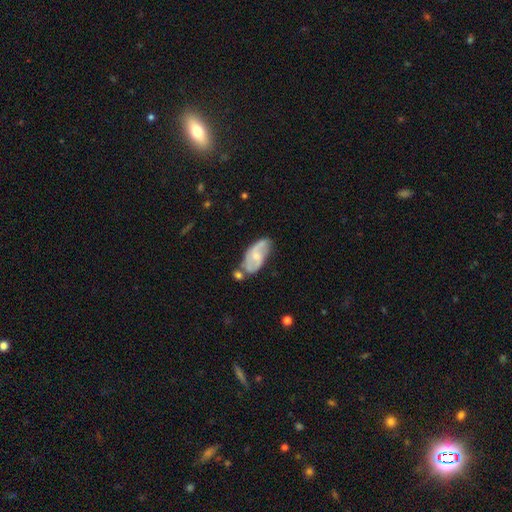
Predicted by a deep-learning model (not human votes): This is possibly a featured or disk galaxy (60%). It is clearly not viewed edge-on (93%). Bar: possibly no (58%). Spiral arm pattern: likely yes (79%). Central bulge: possibly small (54%). Merging: marginally none (44%).